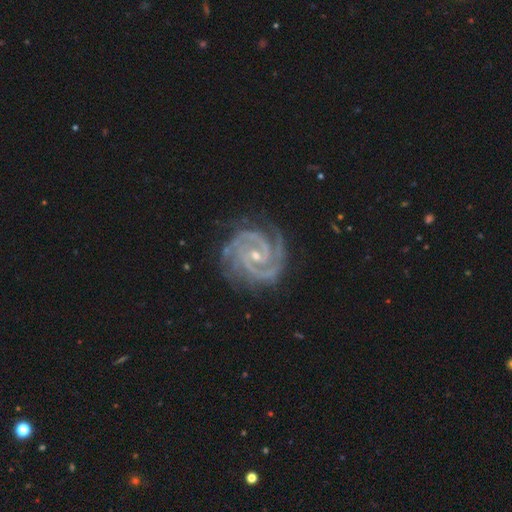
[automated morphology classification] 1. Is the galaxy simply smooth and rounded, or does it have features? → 93% featured or disk, 5% star or artifact, 2% smooth.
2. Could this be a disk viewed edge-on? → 98% no, 2% yes.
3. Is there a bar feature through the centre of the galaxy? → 45% no, 37% weak, 19% strong.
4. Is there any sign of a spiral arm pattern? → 99% yes, 1% no.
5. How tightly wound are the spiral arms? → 74% tight, 24% medium, 2% loose.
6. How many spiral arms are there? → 56% 2, 24% 3, 6% 4, 6% can't tell, 4% more than 4, 4% 1.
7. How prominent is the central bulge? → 71% small, 26% moderate, 1% none, 1% large, 1% dominant.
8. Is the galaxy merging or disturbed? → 78% none, 16% minor disturbance, 5% major disturbance, 1% merger.